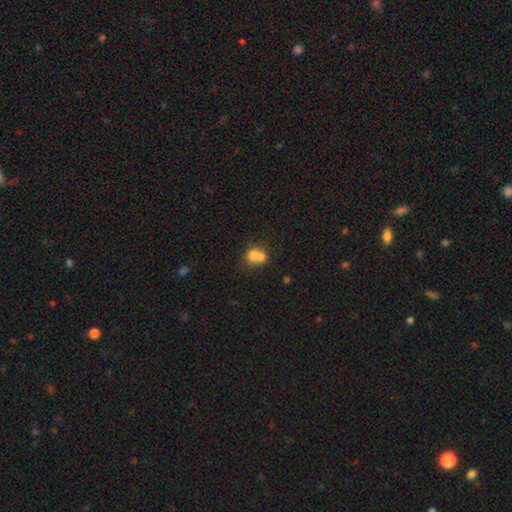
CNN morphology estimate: A smooth galaxy with no disk features (70%) that is round (69%).

Vote fractions:
- Smooth or featured? smooth: 70% / featured or disk: 19% / star or artifact: 11%
- How rounded? round: 69% / in between: 30% / cigar-shaped: 1%
- Merging? merger: 64% / none: 26% / minor disturbance: 6% / major disturbance: 3%